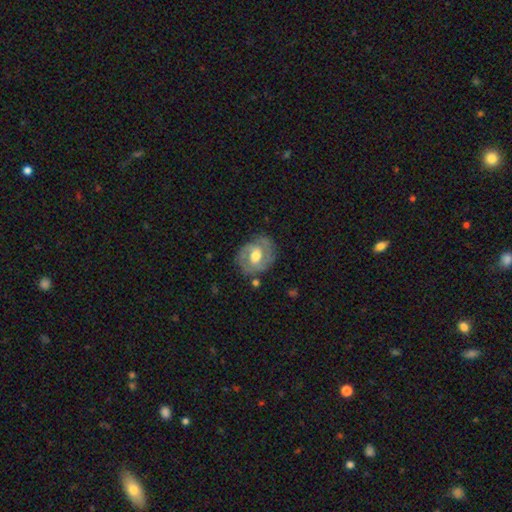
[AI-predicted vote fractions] Smooth or featured? featured or disk (73%)
Edge-on disk? no (97%)
Bar? weak (45%)
Spiral arms? yes (82%)
Spiral winding? tight (45%)
Spiral arm count? 2 (77%)
Bulge size? moderate (71%)
Merging? none (74%)